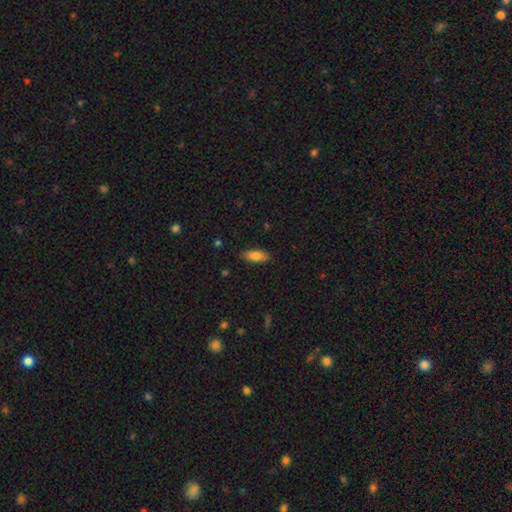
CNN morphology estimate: Smooth or featured: smooth — 83% (featured or disk — 10%)
How rounded: in between — 81% (cigar-shaped — 17%)
Merging: none — 87% (minor disturbance — 10%)